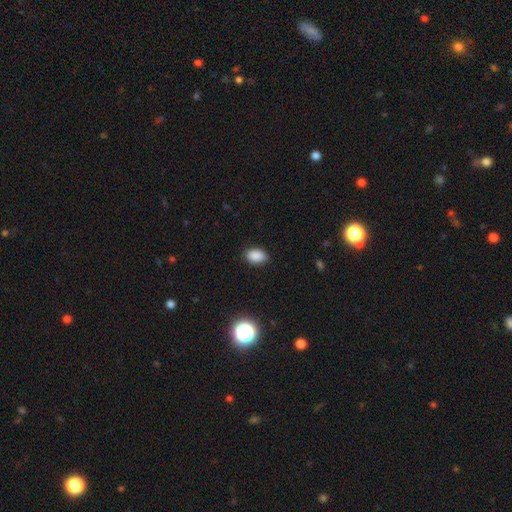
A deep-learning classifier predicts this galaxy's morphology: The model was most divided on "smooth or featured": smooth: 87%, star or artifact: 10%, featured or disk: 3%. More confident: how rounded — in between (88%); merging — none (88%).